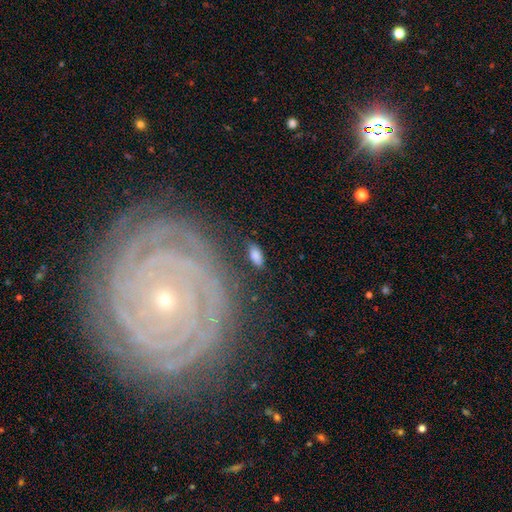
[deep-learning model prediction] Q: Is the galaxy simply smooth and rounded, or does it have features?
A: smooth — 83%.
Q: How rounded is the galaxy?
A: in between — 89%.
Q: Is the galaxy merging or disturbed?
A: none — 79%.